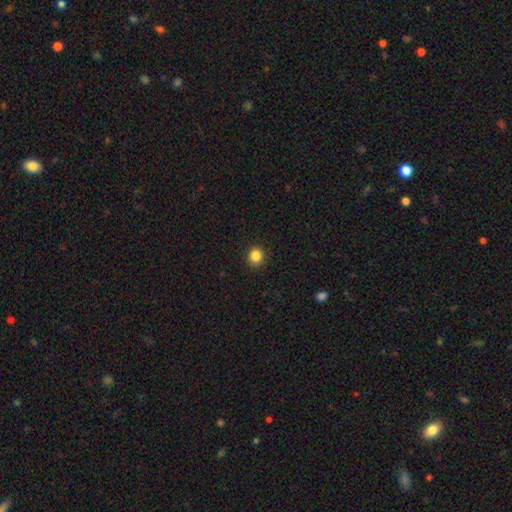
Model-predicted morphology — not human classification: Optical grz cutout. It shows a smooth galaxy with no disk features (85%) that is round (81%). Merging: none (90%).